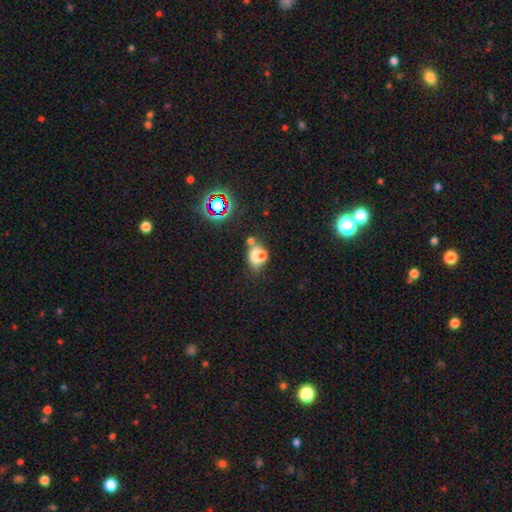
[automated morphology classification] A smooth galaxy with no disk features (60%) that is in between round and cigar-shaped (62%). Merging: merger (43%).